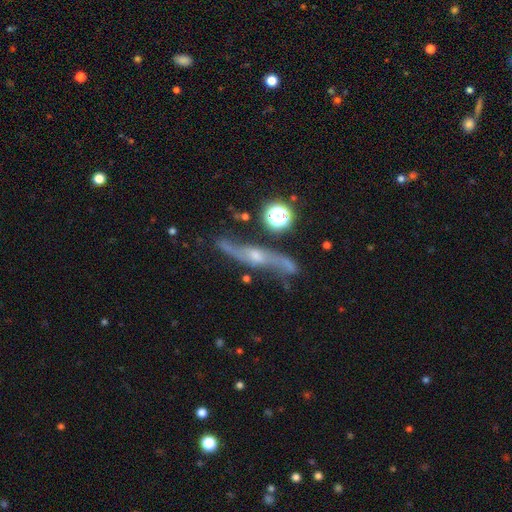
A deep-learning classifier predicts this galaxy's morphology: A featured or disk galaxy (82%). Merging: none (69%).